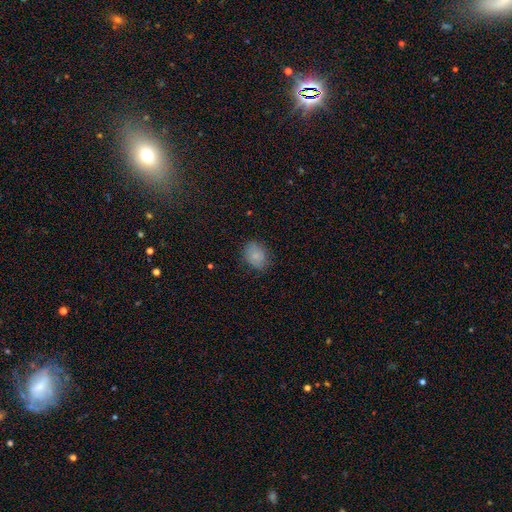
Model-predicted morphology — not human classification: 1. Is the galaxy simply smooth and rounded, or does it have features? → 83% smooth, 9% star or artifact, 8% featured or disk.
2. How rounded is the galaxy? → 57% in between, 42% round, 1% cigar-shaped.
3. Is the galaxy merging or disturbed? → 79% none, 16% minor disturbance, 4% major disturbance, 1% merger.